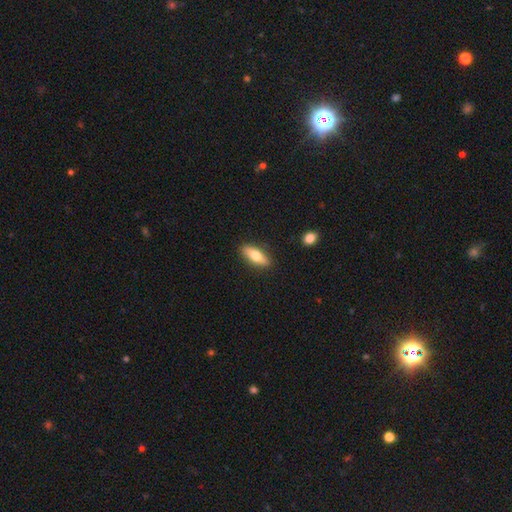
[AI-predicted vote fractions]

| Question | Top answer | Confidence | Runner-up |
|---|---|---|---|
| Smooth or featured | smooth | 62% | featured or disk (32%) |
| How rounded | in between | 61% | cigar-shaped (36%) |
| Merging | none | 88% | minor disturbance (9%) |